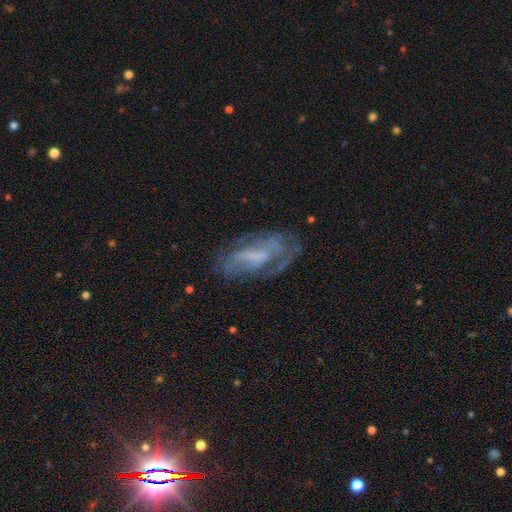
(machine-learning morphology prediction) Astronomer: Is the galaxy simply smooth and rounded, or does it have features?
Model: featured or disk — 66%.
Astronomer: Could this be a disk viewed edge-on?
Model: no — 90%.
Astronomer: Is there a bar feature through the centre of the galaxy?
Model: no — 46% (runner-up: weak, 35%).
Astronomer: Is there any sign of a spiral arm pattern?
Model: yes — 63%.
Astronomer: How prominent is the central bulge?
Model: none — 50%.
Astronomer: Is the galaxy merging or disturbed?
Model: none — 54%.